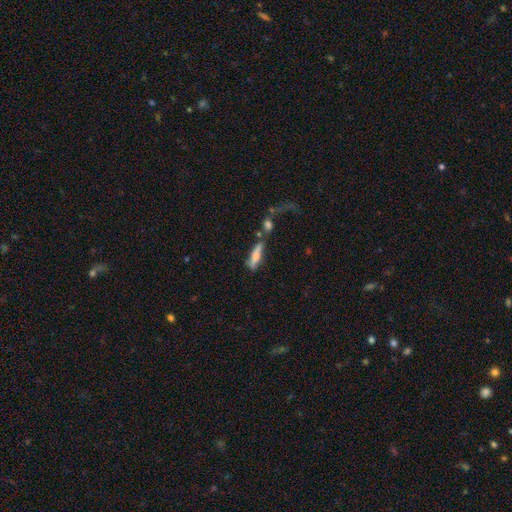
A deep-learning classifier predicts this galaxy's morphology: Smooth or featured? Predicted: smooth (p=0.62). How rounded? Predicted: cigar-shaped (p=0.71). Merging? Predicted: none (p=0.44).